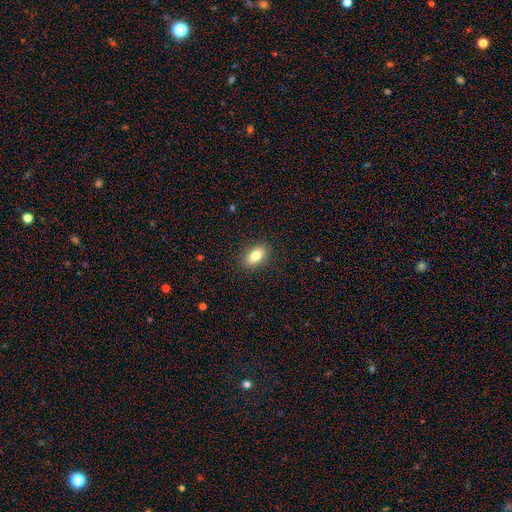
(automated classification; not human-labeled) A smooth galaxy with no disk features (81%) that is in between round and cigar-shaped (87%). Merging: none (88%).